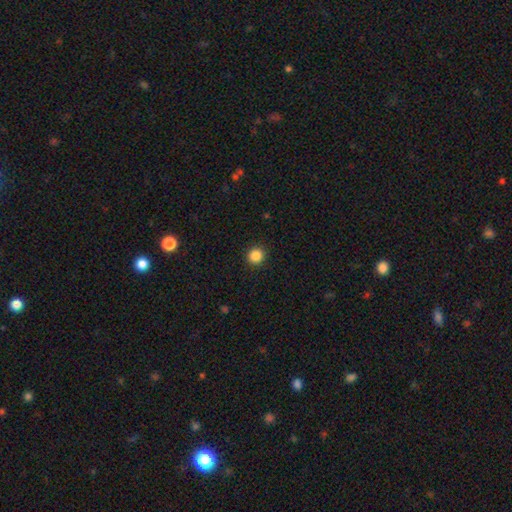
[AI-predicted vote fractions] The model was most divided on "smooth or featured": smooth: 86%, star or artifact: 11%, featured or disk: 3%. More confident: how rounded — round (92%); merging — none (92%).